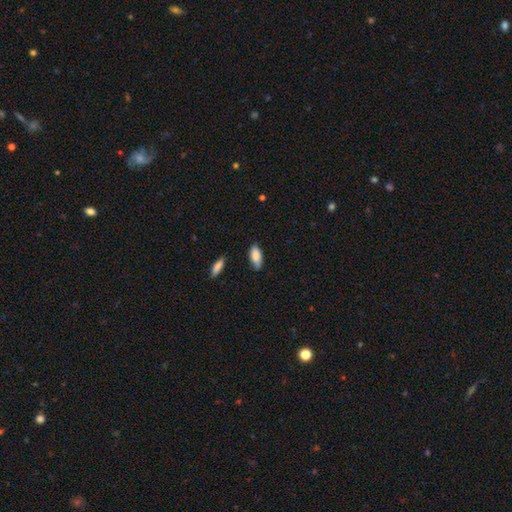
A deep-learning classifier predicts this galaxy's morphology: Smooth or featured? Predicted: smooth (p=0.86). How rounded? Predicted: in between (p=0.84). Merging? Predicted: none (p=0.78).